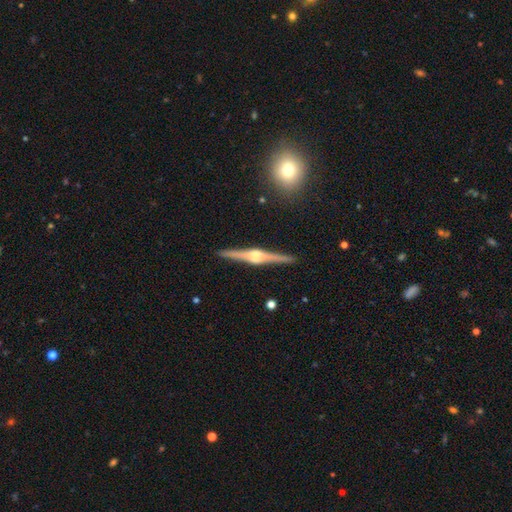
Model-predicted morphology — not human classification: smooth-or-featured: featured or disk: 87% | smooth: 8% | star or artifact: 5%
  disk-edge-on: yes: 99% | no: 1%
    edge-on-bulge: rounded: 85% | boxy: 12% | none: 3%
  merging: none: 92% | minor disturbance: 5% | major disturbance: 1% | merger: 1%